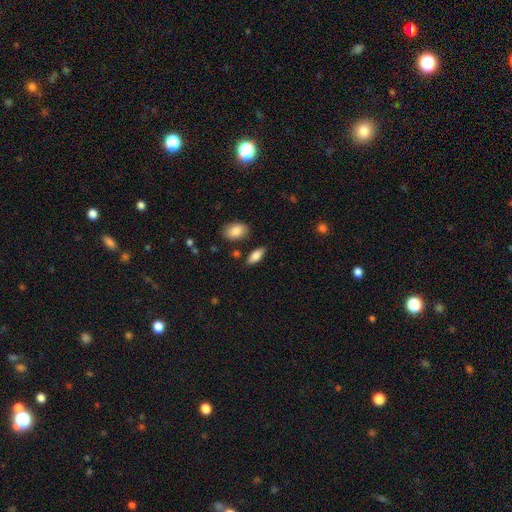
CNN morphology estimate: The model was most divided on "merging": none: 81%, minor disturbance: 12%, merger: 4%, major disturbance: 3%. More confident: how rounded — in between (84%); smooth or featured — smooth (82%).